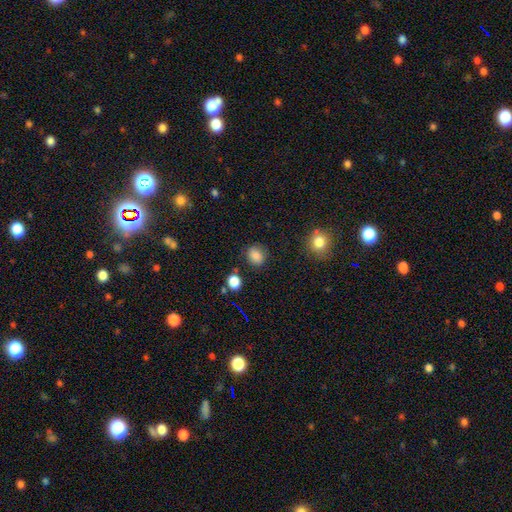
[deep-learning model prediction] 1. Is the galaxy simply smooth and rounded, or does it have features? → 85% smooth, 11% star or artifact, 4% featured or disk.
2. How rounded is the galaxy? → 67% round, 32% in between, 1% cigar-shaped.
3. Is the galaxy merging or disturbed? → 80% none, 13% minor disturbance, 4% major disturbance, 3% merger.